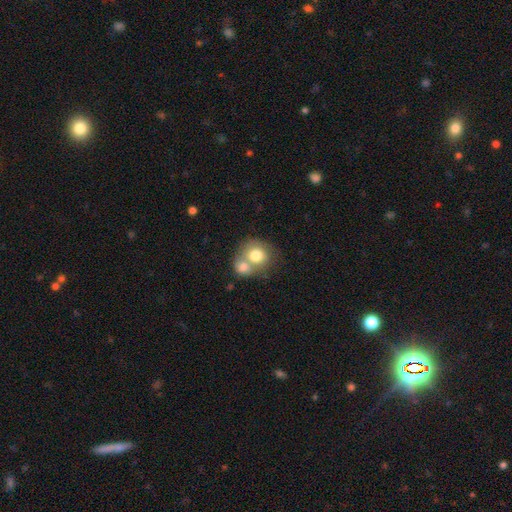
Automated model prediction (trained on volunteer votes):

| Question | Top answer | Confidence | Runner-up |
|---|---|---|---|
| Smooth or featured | smooth | 74% | featured or disk (18%) |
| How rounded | round | 76% | in between (23%) |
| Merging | merger | 58% | none (30%) |